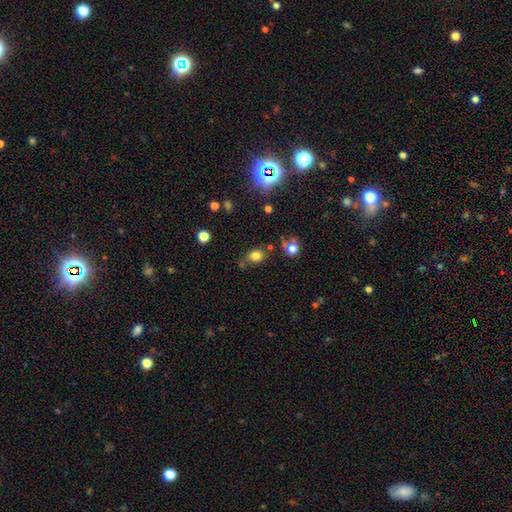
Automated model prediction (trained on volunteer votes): smooth 76%, star or artifact 15%, featured or disk 8%. Down the decision tree: how rounded — round (51%); merging — none (64%).